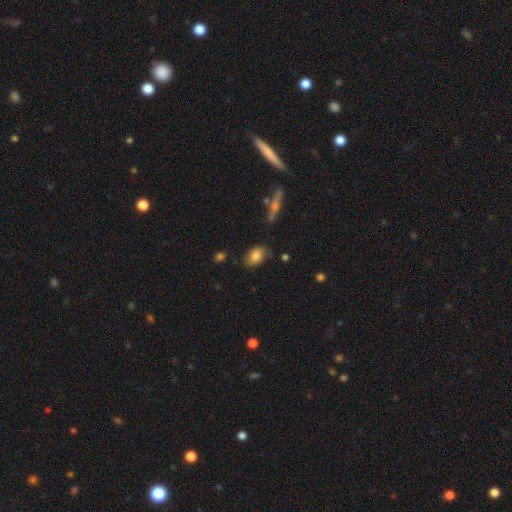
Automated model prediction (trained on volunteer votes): Smooth or featured?
  - smooth: 79% *
  - featured or disk: 13%
  - star or artifact: 8%
How rounded?
  - in between: 87% *
  - round: 11%
  - cigar-shaped: 3%
Merging?
  - none: 71% *
  - minor disturbance: 21%
  - major disturbance: 5%
  - merger: 3%